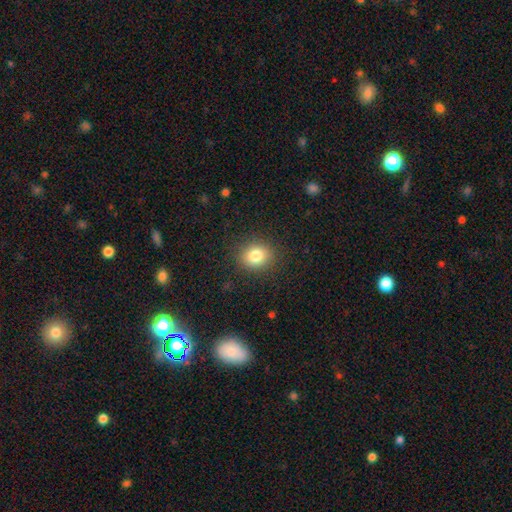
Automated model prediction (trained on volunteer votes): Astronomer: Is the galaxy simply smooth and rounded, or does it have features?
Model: smooth — 82%.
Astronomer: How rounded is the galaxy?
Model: round — 71%.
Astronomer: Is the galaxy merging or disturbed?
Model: none — 88%.